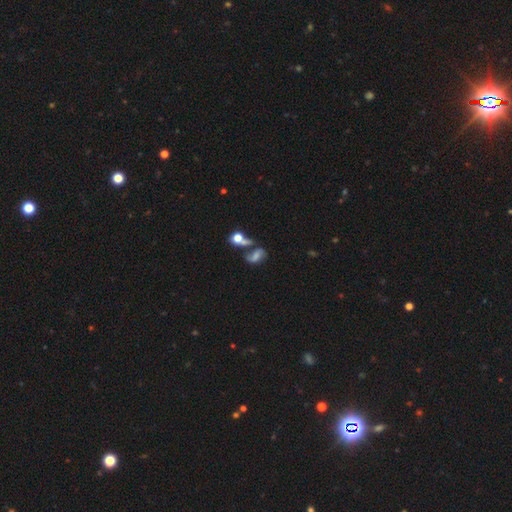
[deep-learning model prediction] The model was most divided on "merging": none: 35%, merger: 31%, minor disturbance: 18%, major disturbance: 17%. Remaining: smooth or featured — smooth (46%).